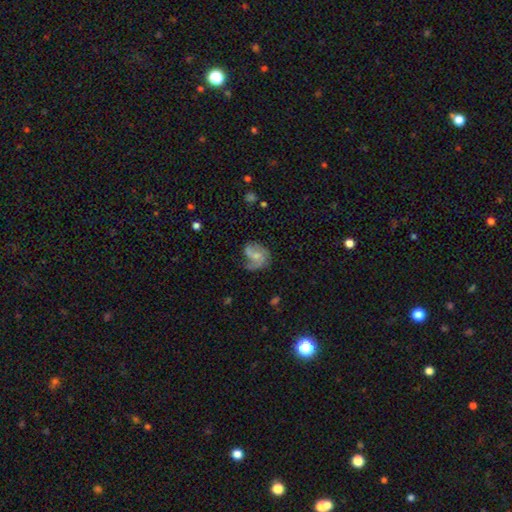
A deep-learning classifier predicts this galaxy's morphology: A featured or disk galaxy (70%) with no bar (60%), 2 (54%) medium (46%) spiral arms (90%) and a small central bulge (52%).

Vote fractions:
- Smooth or featured? featured or disk: 70% / smooth: 23% / star or artifact: 7%
- Edge-on disk? no: 98% / yes: 2%
- Bar? no: 60% / weak: 34% / strong: 6%
- Spiral arms? yes: 90% / no: 10%
- Spiral winding? medium: 46% / loose: 32% / tight: 21%
- Spiral arm count? 2: 54% / 3: 14% / 1: 14% / can't tell: 13% / 4: 3% / more than 4: 2%
- Bulge size? small: 52% / moderate: 31% / none: 14% / large: 2% / dominant: 1%
- Merging? none: 50% / minor disturbance: 26% / major disturbance: 21% / merger: 4%